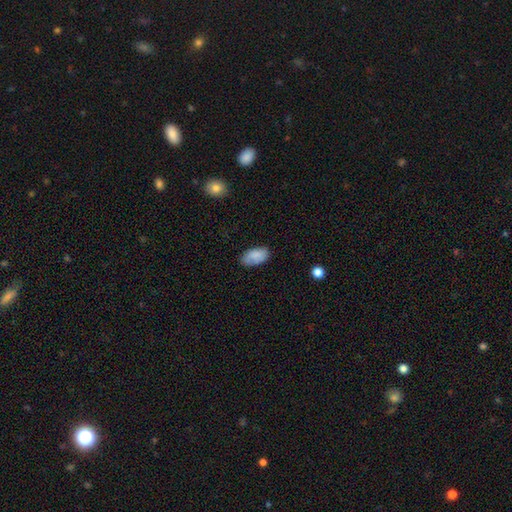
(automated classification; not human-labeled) Smooth or featured? Predicted: smooth (p=0.84). How rounded? Predicted: in between (p=0.95). Merging? Predicted: none (p=0.78).